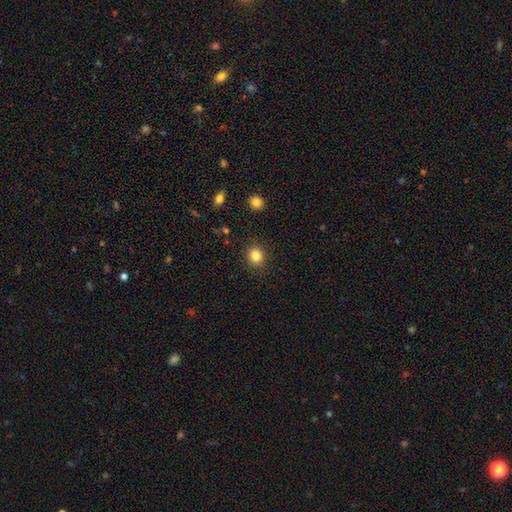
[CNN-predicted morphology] Smooth or featured: smooth — 84% (star or artifact — 11%)
How rounded: round — 74% (in between — 25%)
Merging: none — 89% (minor disturbance — 7%)